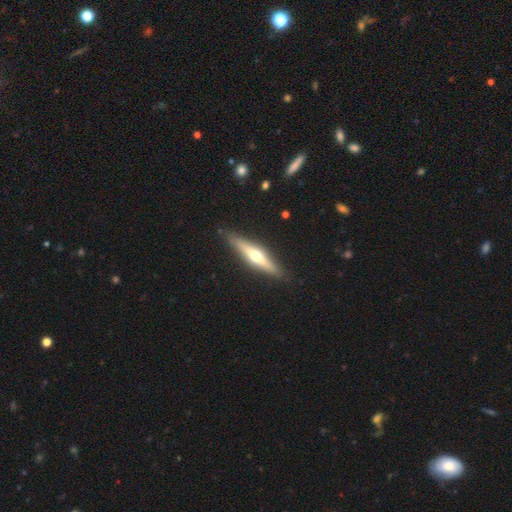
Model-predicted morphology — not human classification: Smooth or featured? Predicted: featured or disk (p=0.60). Edge-on disk? Predicted: yes (p=0.92). Edge-on bulge? Predicted: rounded (p=0.91). Merging? Predicted: none (p=0.87).